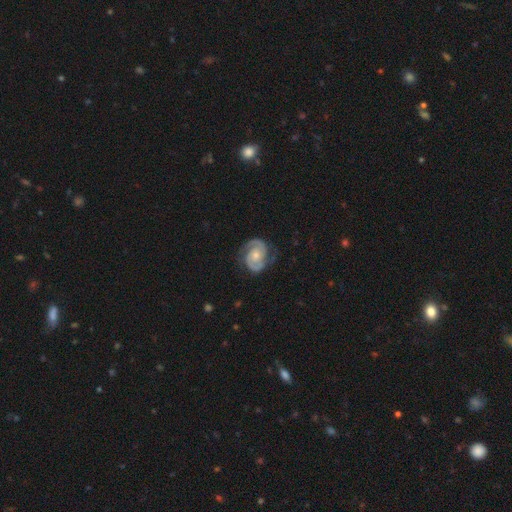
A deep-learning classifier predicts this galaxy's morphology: Overall: featured or disk (91%). Edge-on disk: no (98%). Bar: no (70%). Spiral arms: yes (98%). Spiral arm count: 2 (93%). Spiral winding: tight (53%; medium 40%). Bulge size: small (48%; moderate 45%). Merging: none (80%).